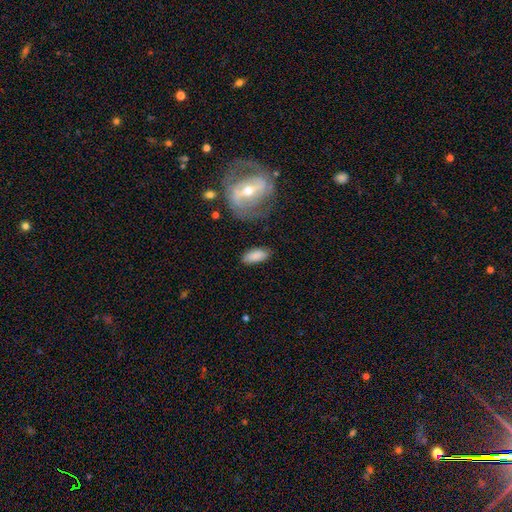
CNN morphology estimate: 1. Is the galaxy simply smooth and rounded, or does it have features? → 84% smooth, 9% featured or disk, 7% star or artifact.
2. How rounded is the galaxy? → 88% in between, 9% cigar-shaped, 3% round.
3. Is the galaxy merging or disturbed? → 80% none, 13% minor disturbance, 4% major disturbance, 2% merger.